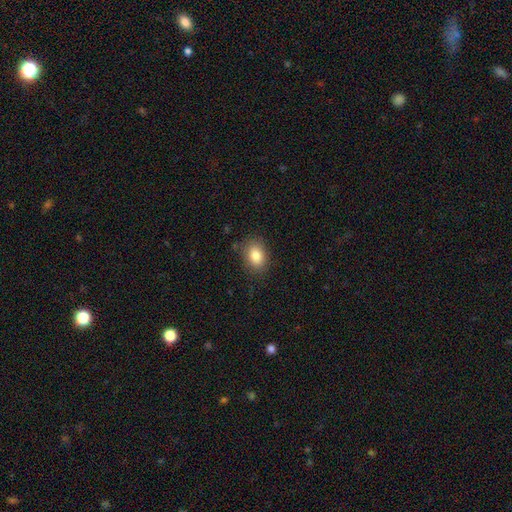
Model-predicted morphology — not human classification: This is clearly a smooth galaxy (84%). How rounded: likely in between (75%). Merging: clearly none (82%).